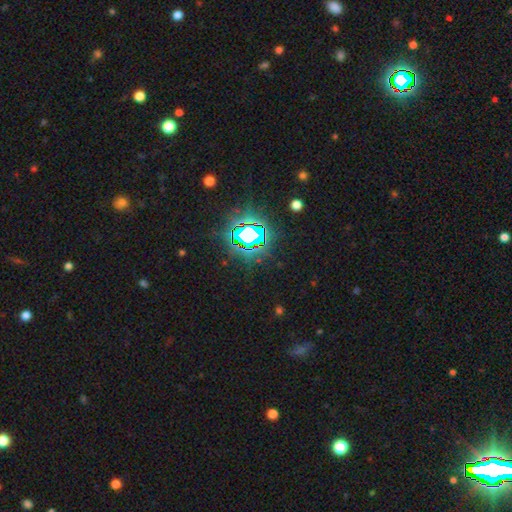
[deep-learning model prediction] Smooth or featured? star or artifact (82%)